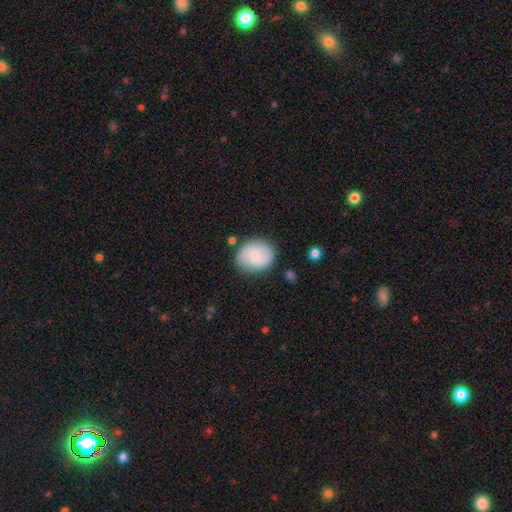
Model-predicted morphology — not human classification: This appears to be a smooth galaxy with no disk features (69%) that is round (63%). Merging: none (77%).